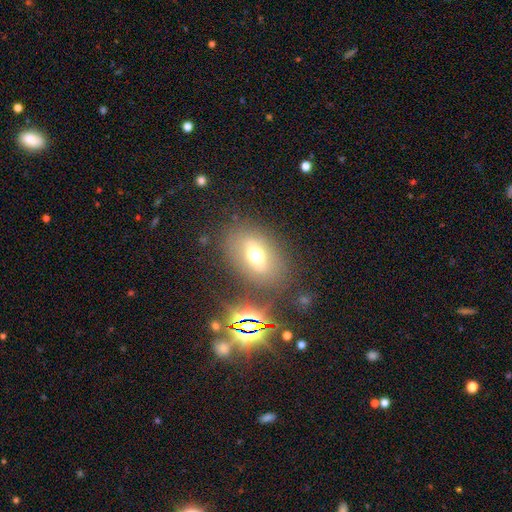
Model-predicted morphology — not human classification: Smooth or featured?
  - smooth: 55% *
  - featured or disk: 27%
  - star or artifact: 17%
How rounded?
  - in between: 76% *
  - round: 21%
  - cigar-shaped: 2%
Merging?
  - none: 75% *
  - minor disturbance: 13%
  - major disturbance: 7%
  - merger: 5%